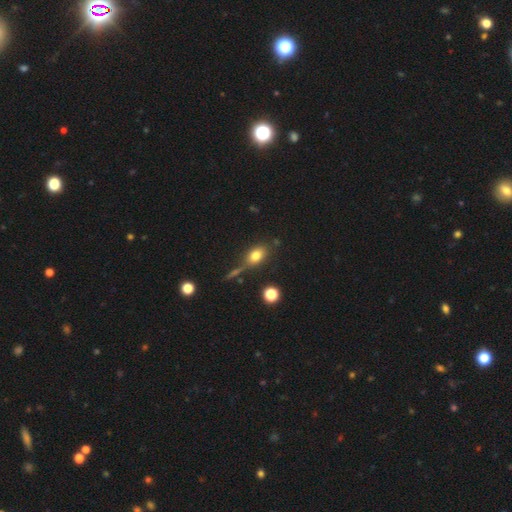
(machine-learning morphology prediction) Smooth or featured? Predicted: smooth (p=0.77). How rounded? Predicted: in between (p=0.76). Merging? Predicted: none (p=0.67).